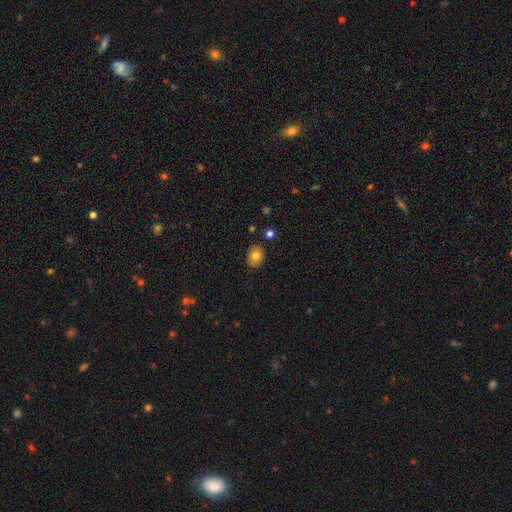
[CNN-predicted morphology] The model was most divided on "how rounded": round: 50%, in between: 49%, cigar-shaped: 1%. More confident: merging — none (85%); smooth or featured — smooth (78%).